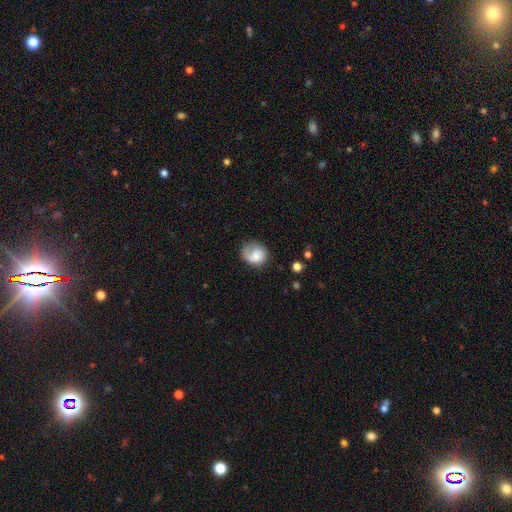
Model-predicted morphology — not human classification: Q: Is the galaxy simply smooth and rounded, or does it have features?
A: smooth — 67%.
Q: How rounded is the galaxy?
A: round — 65%.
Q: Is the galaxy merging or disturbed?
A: none — 47%.